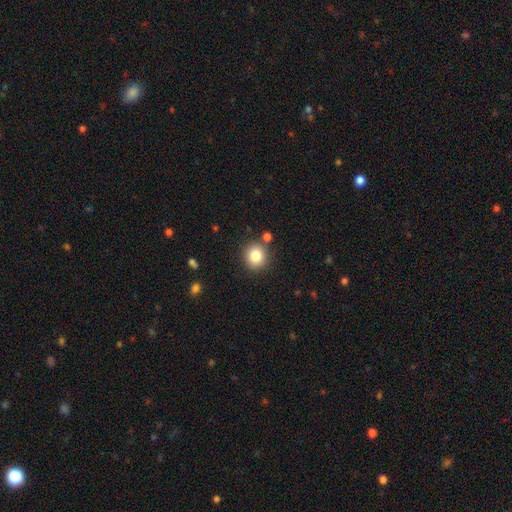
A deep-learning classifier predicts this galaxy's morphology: The model was most divided on "how rounded": round: 85%, in between: 14%, cigar-shaped: 1%. More confident: smooth or featured — smooth (83%); merging — none (82%).